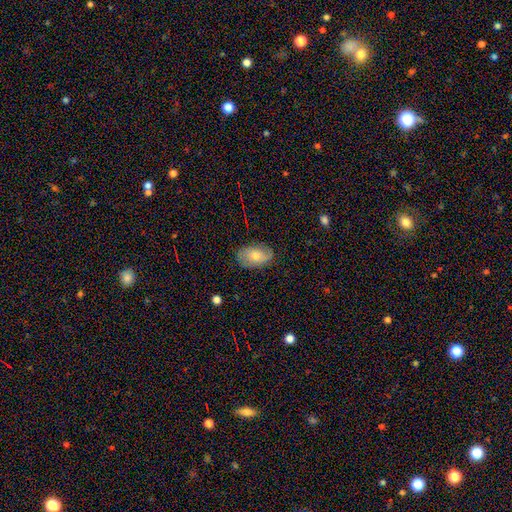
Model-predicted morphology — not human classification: type=smooth (57%); roundness=in between (91%); merging=none (75%).